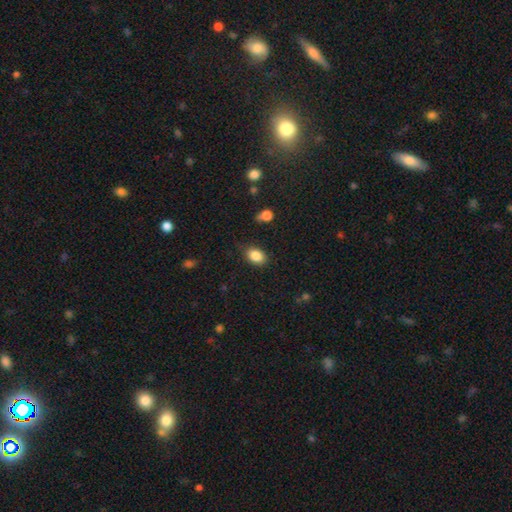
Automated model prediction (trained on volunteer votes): Smooth or featured? Predicted: smooth (p=0.85). How rounded? Predicted: in between (p=0.81). Merging? Predicted: none (p=0.80).